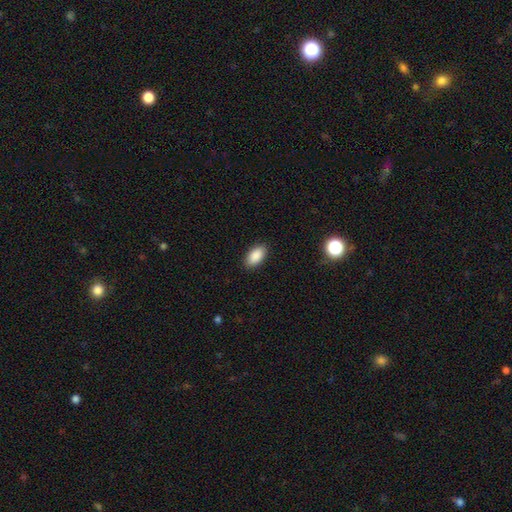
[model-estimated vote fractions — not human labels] Smooth or featured?
  - smooth: 90% *
  - star or artifact: 7%
  - featured or disk: 3%
How rounded?
  - in between: 94% *
  - round: 3%
  - cigar-shaped: 3%
Merging?
  - none: 89% *
  - minor disturbance: 8%
  - major disturbance: 2%
  - merger: 1%